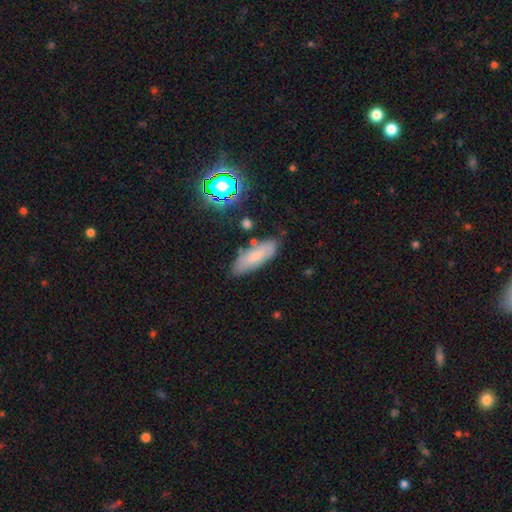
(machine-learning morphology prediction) type=smooth (64%); roundness=in between (65%); merging=none (74%).